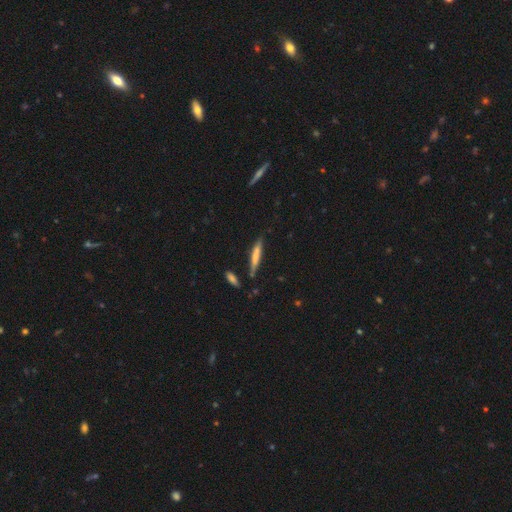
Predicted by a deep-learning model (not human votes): Smooth or featured: smooth — 65% (featured or disk — 29%)
How rounded: cigar-shaped — 92% (in between — 7%)
Merging: none — 79% (minor disturbance — 14%)